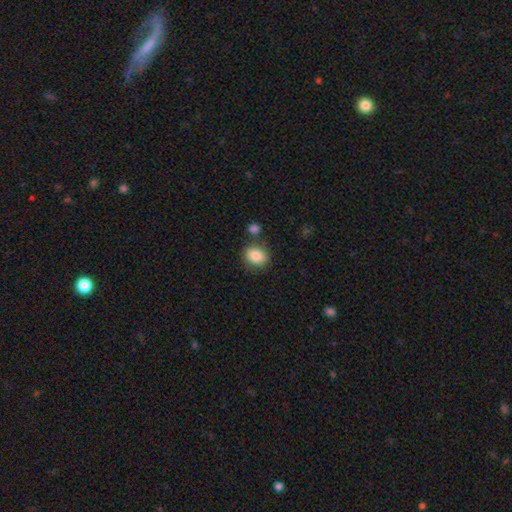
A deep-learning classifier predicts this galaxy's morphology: type=smooth (86%); roundness=in between (51%); merging=none (74%).